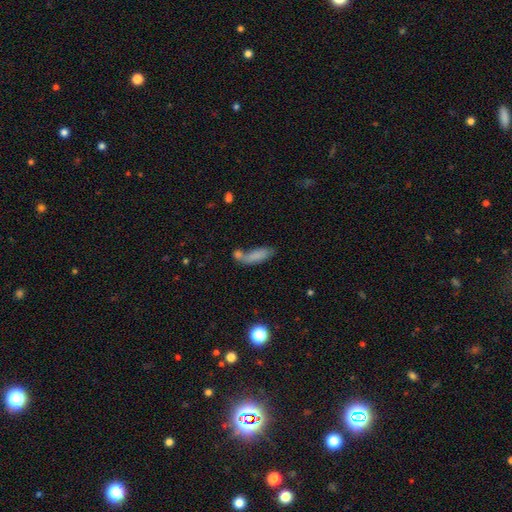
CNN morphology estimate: Smooth or featured?
  - smooth: 77% *
  - featured or disk: 13%
  - star or artifact: 10%
How rounded?
  - in between: 58% *
  - cigar-shaped: 39%
  - round: 3%
Merging?
  - none: 38% *
  - merger: 37%
  - minor disturbance: 16%
  - major disturbance: 9%